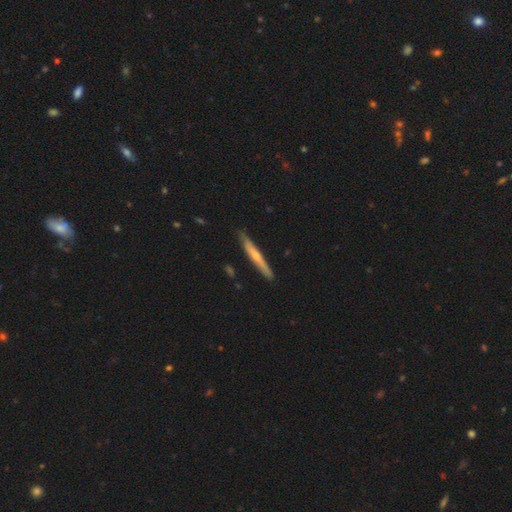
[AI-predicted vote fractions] A featured or disk galaxy (48%). Merging: none (86%).